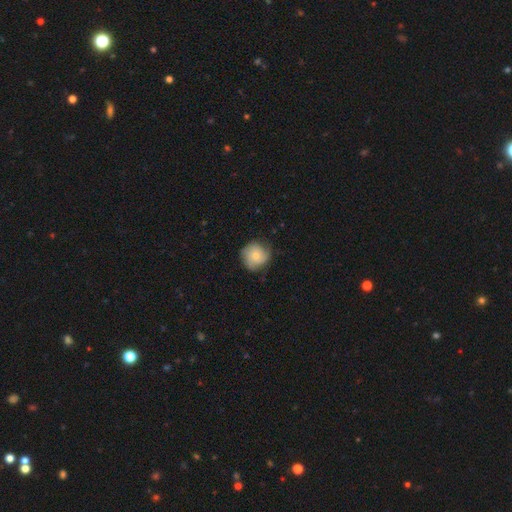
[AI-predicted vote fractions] This is possibly a smooth galaxy (56%). How rounded: clearly round (89%). Merging: likely none (72%).